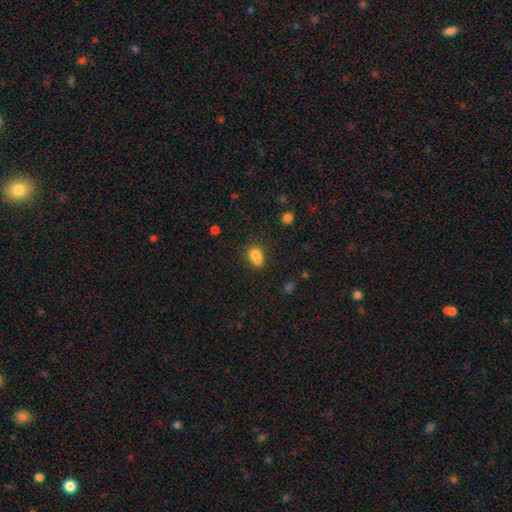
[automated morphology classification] Smooth or featured?
  - smooth: 76% *
  - featured or disk: 12%
  - star or artifact: 12%
How rounded?
  - in between: 51% *
  - round: 48%
  - cigar-shaped: 1%
Merging?
  - merger: 44% *
  - none: 35%
  - minor disturbance: 15%
  - major disturbance: 6%